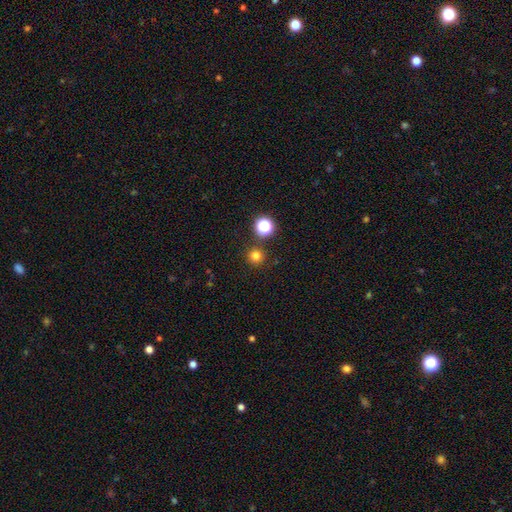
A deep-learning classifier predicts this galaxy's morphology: smooth-or-featured: smooth: 77% | star or artifact: 18% | featured or disk: 5%
  how-rounded: round: 95% | in between: 4% | cigar-shaped: 1%
  merging: none: 87% | minor disturbance: 6% | merger: 5% | major disturbance: 2%